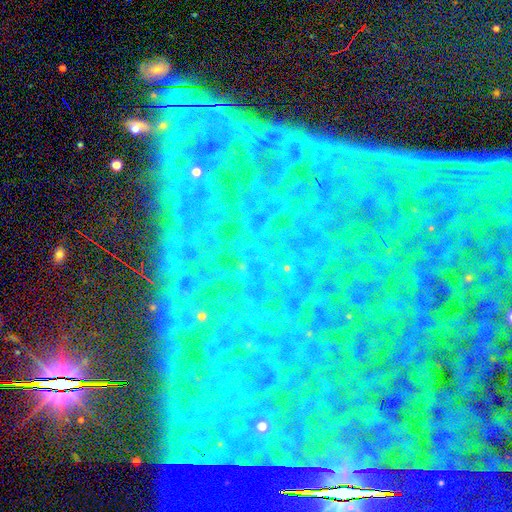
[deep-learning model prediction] Smooth or featured? star or artifact (87%)